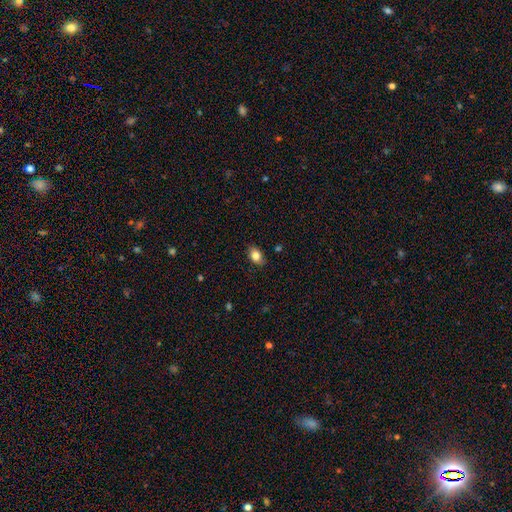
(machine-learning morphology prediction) This appears to be a smooth galaxy with no disk features (82%) that is in between round and cigar-shaped (82%). Merging: none (84%).